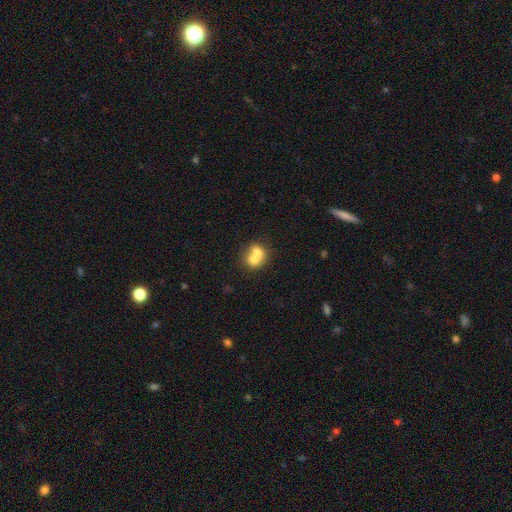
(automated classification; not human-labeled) A smooth galaxy with no disk features (67%) that is round (67%).

Vote fractions:
- Smooth or featured? smooth: 67% / featured or disk: 23% / star or artifact: 9%
- How rounded? round: 67% / in between: 32% / cigar-shaped: 1%
- Merging? merger: 69% / none: 22% / minor disturbance: 5% / major disturbance: 3%